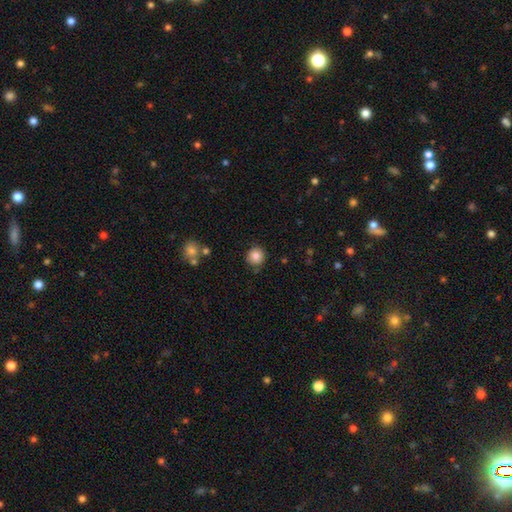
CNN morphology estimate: Overall: smooth (84%). How rounded: round (90%). Merging: none (84%).